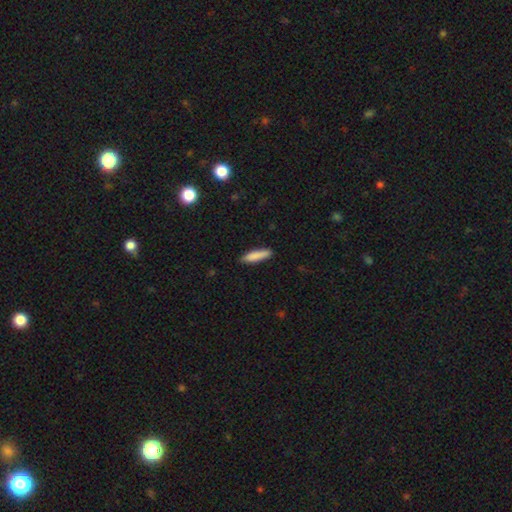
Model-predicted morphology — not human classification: smooth 86%, featured or disk 8%, star or artifact 6%. Down the decision tree: how rounded — cigar-shaped (79%); merging — none (86%).